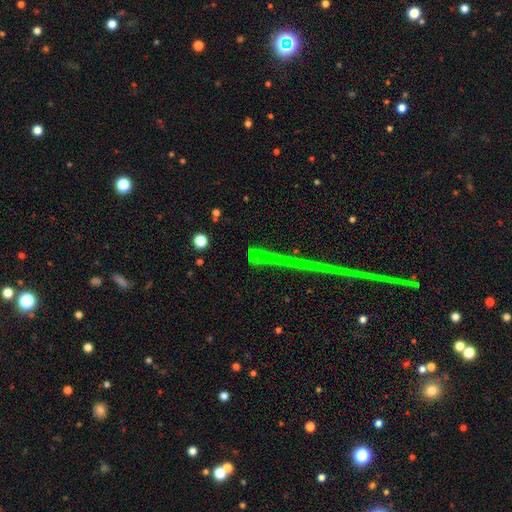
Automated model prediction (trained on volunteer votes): smooth-or-featured: star or artifact: 48% | smooth: 29% | featured or disk: 22%